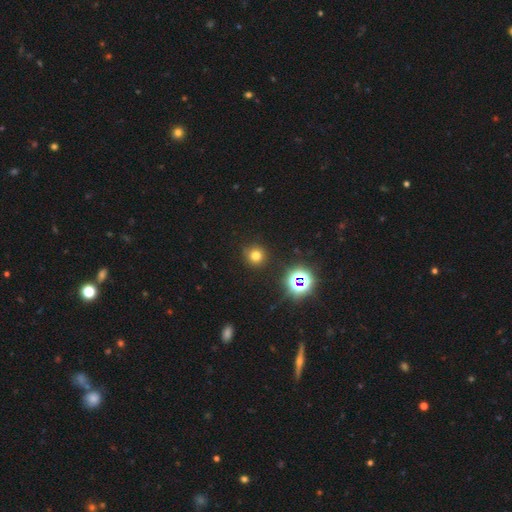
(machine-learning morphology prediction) Smooth or featured? smooth (70%)
How rounded? round (93%)
Merging? none (88%)